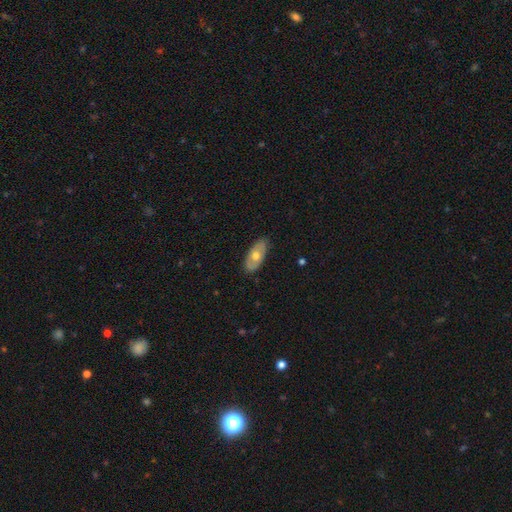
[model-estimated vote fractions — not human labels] This appears to be a smooth galaxy with no disk features (53%) that is in between round and cigar-shaped (89%). Merging: none (84%).